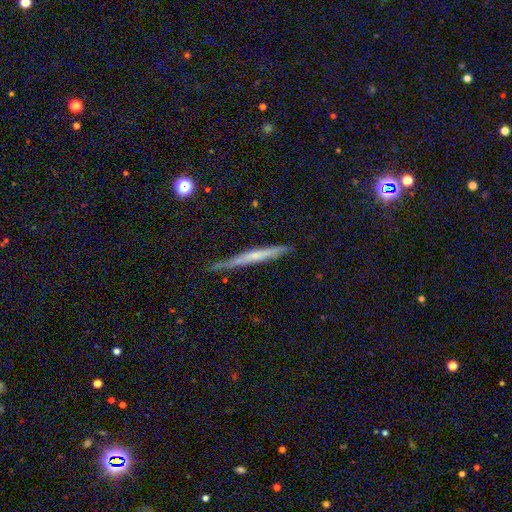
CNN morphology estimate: type=featured or disk (53%); edge-on=yes (95%); edge-on bulge=none (66%); merging=none (79%).